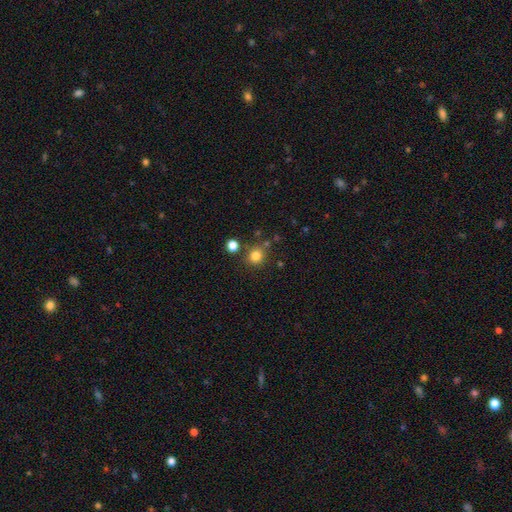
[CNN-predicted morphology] type=smooth (81%); roundness=round (87%); merging=none (78%).